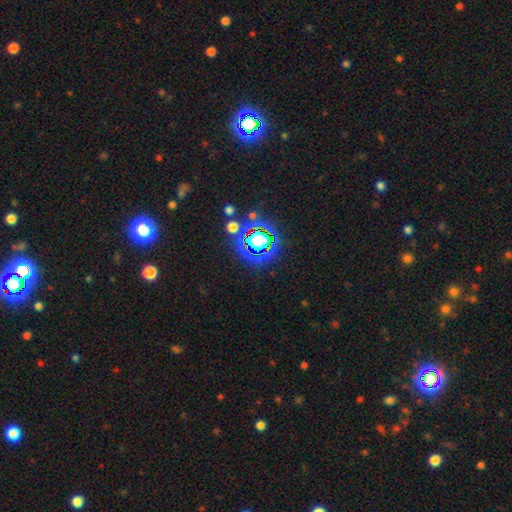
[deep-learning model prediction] star or artifact 82%, smooth 11%, featured or disk 7%.